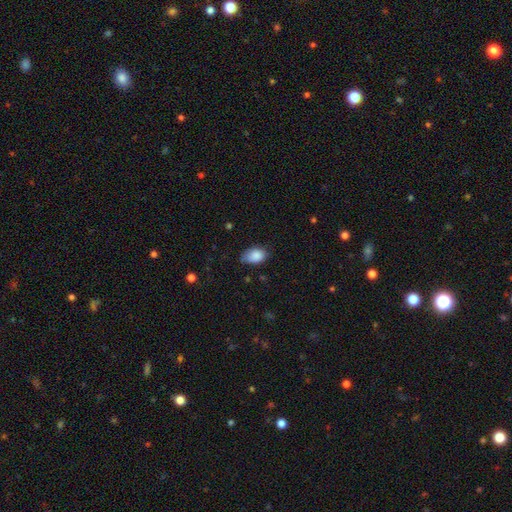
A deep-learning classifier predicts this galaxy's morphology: This appears to be a smooth galaxy with no disk features (87%) that is in between round and cigar-shaped (88%). Merging: none (66%).